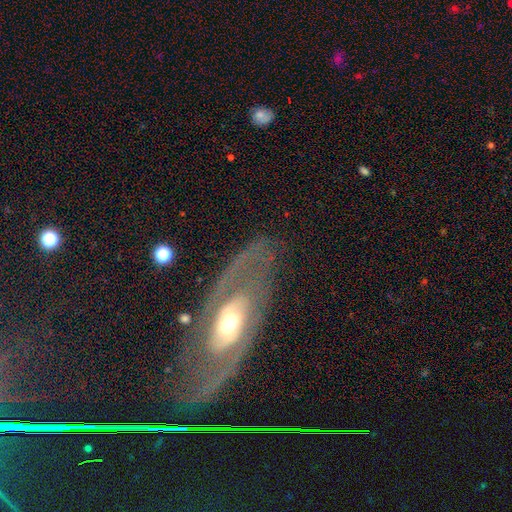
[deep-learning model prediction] Smooth or featured?
  - featured or disk: 82% *
  - smooth: 10%
  - star or artifact: 8%
Edge-on disk?
  - no: 91% *
  - yes: 9%
Bar?
  - no: 51% *
  - weak: 32%
  - strong: 17%
Spiral arms?
  - yes: 87% *
  - no: 13%
Spiral winding?
  - medium: 46% *
  - tight: 36%
  - loose: 18%
Spiral arm count?
  - 2: 81% *
  - can't tell: 9%
  - 1: 3%
  - 3: 3%
  - 4: 2%
  - more than 4: 2%
Bulge size?
  - moderate: 63% *
  - small: 24%
  - large: 9%
  - dominant: 2%
  - none: 1%
Merging?
  - none: 77% *
  - minor disturbance: 13%
  - major disturbance: 8%
  - merger: 2%